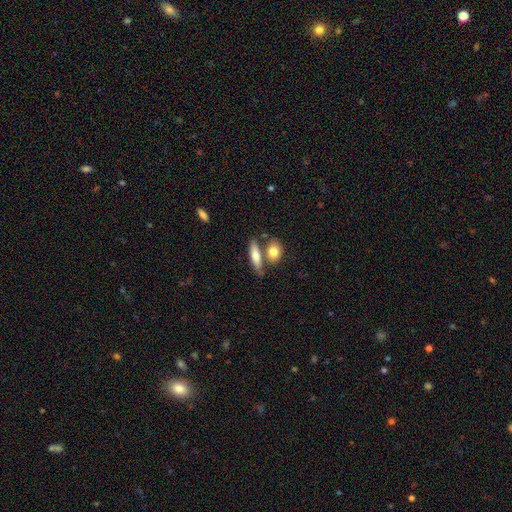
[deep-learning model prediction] smooth 69%, featured or disk 25%, star or artifact 6%. Down the decision tree: how rounded — cigar-shaped (46%, tied with in between); merging — none (57%).